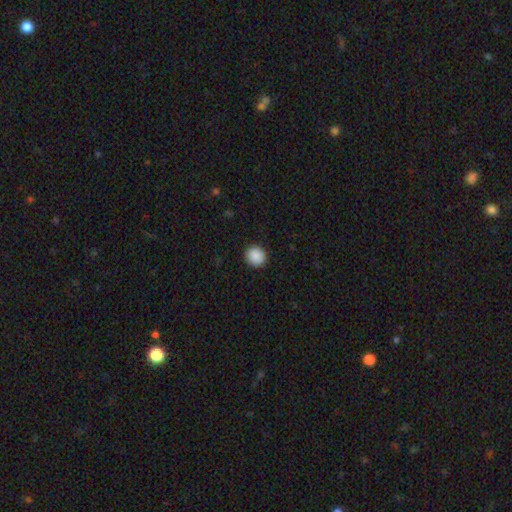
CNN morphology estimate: type=smooth (89%); roundness=round (88%); merging=none (92%).